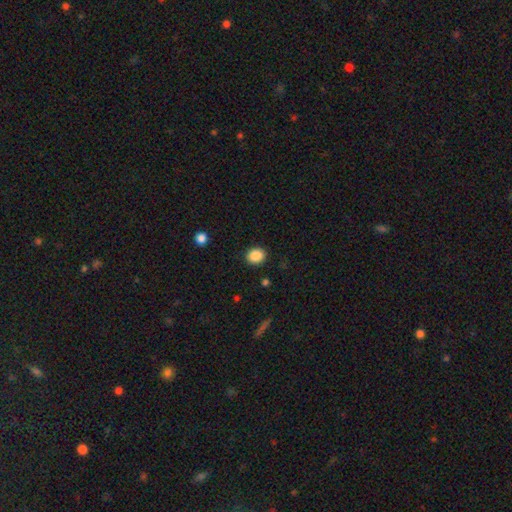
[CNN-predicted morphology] A smooth galaxy with no disk features (88%) that is round (65%).

Vote fractions:
- Smooth or featured? smooth: 88% / star or artifact: 9% / featured or disk: 3%
- How rounded? round: 65% / in between: 34% / cigar-shaped: 1%
- Merging? none: 90% / minor disturbance: 7% / major disturbance: 2% / merger: 1%